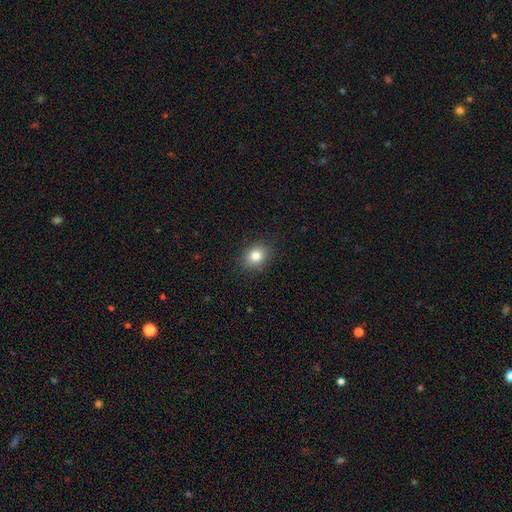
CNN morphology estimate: This is clearly a smooth galaxy (82%). How rounded: possibly in between (50%). Merging: clearly none (88%).